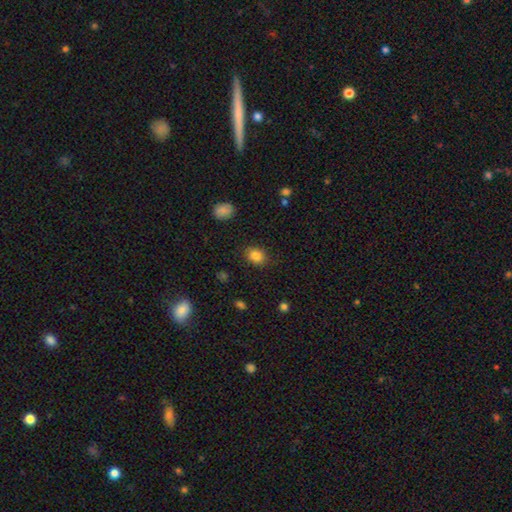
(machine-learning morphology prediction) type=smooth (84%); roundness=round (51%); merging=none (85%).